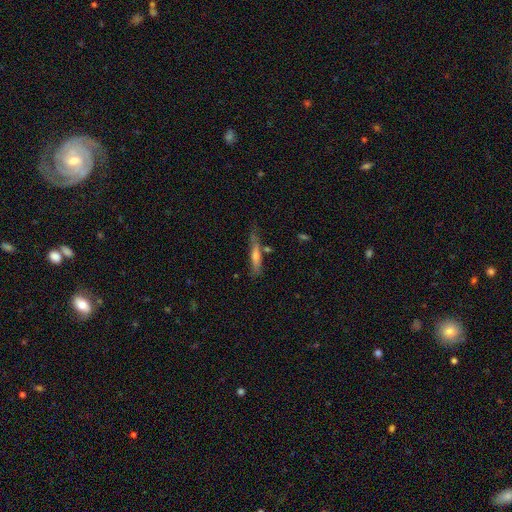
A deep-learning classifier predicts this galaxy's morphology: Smooth or featured?
  - smooth: 50% *
  - featured or disk: 42%
  - star or artifact: 8%
How rounded?
  - cigar-shaped: 88% *
  - in between: 10%
  - round: 2%
Merging?
  - none: 64% *
  - minor disturbance: 22%
  - merger: 8%
  - major disturbance: 6%